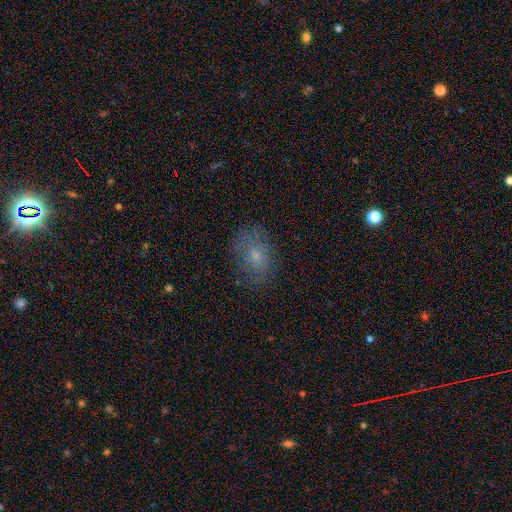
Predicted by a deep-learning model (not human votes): Smooth or featured? Predicted: smooth (p=0.57). How rounded? Predicted: in between (p=0.69). Merging? Predicted: none (p=0.72).